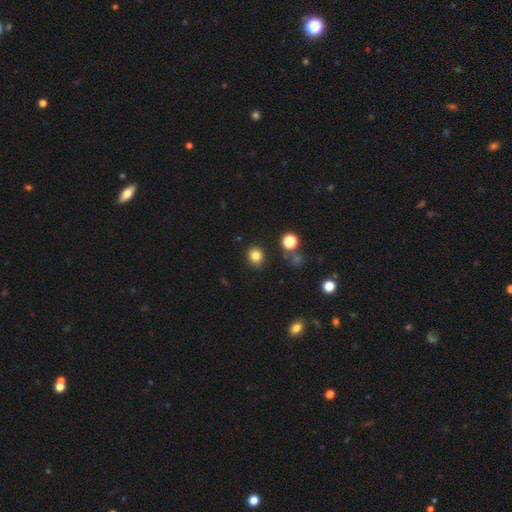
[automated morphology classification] Smooth or featured? smooth (82%)
How rounded? round (84%)
Merging? none (85%)